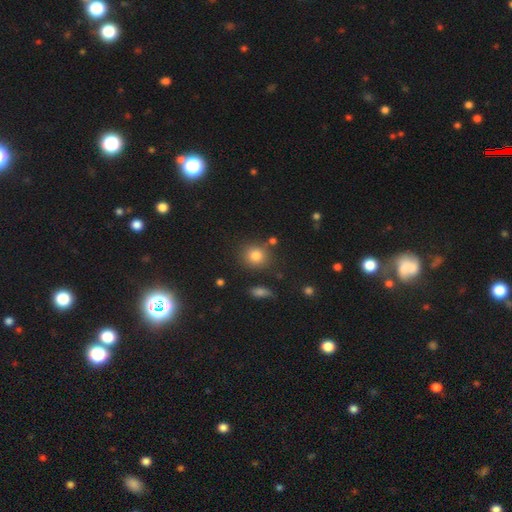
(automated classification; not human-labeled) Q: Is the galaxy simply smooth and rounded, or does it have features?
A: smooth — 82%.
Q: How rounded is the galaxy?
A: round — 80%.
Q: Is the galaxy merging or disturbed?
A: none — 80%.